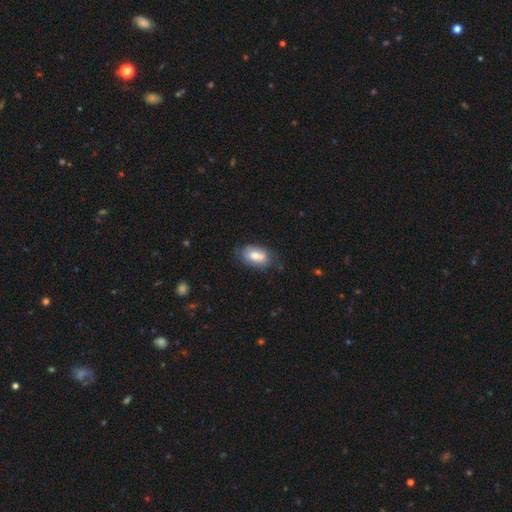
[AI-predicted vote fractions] The model was most divided on "merging": none: 65%, minor disturbance: 26%, major disturbance: 6%, merger: 4%. More confident: how rounded — in between (92%); smooth or featured — smooth (70%).